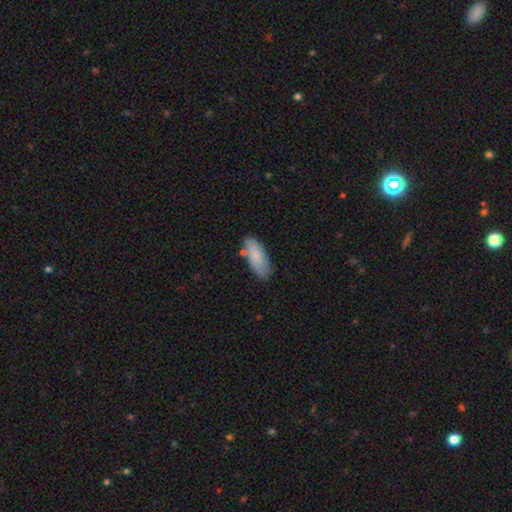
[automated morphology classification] Smooth or featured: smooth — 81% (featured or disk — 13%)
How rounded: in between — 78% (cigar-shaped — 20%)
Merging: none — 74% (minor disturbance — 17%)